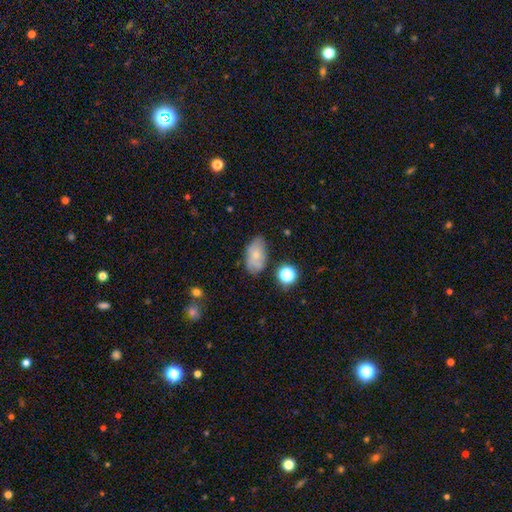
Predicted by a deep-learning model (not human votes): Q: Smooth or featured?
A: smooth (69%); runner-up: featured or disk (22%)
Q: How rounded?
A: in between (90%); runner-up: round (7%)
Q: Merging?
A: none (70%); runner-up: minor disturbance (20%)